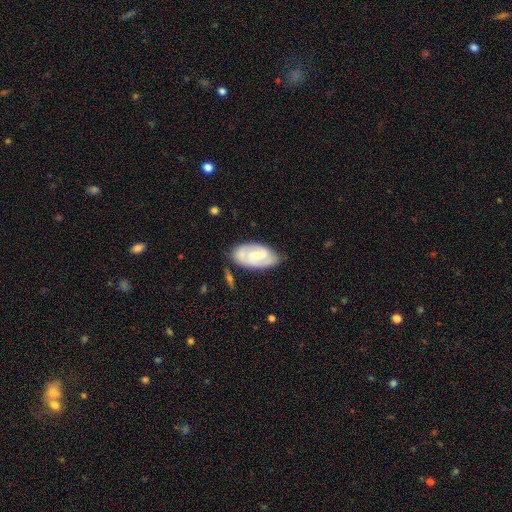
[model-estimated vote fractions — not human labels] Smooth or featured: featured or disk — 59% (smooth — 35%)
Edge-on disk: no — 94% (yes — 6%)
Bar: weak — 46% (no — 36%)
Spiral arms: yes — 80% (no — 20%)
Bulge size: small — 38% (moderate — 34%)
Merging: none — 66% (minor disturbance — 23%)